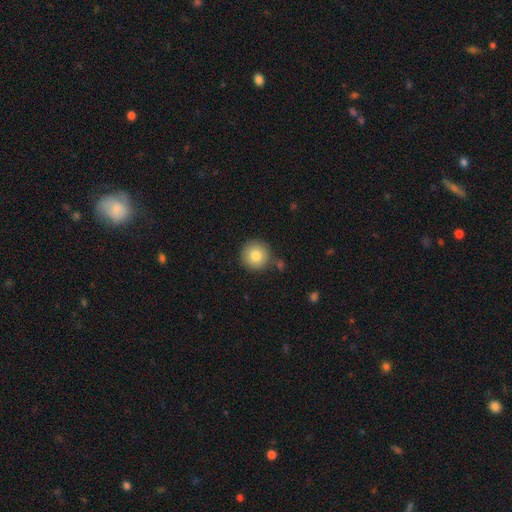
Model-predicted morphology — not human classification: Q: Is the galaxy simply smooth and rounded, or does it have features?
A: smooth — 82%.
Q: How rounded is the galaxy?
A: round — 95%.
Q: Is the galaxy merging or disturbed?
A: none — 83%.